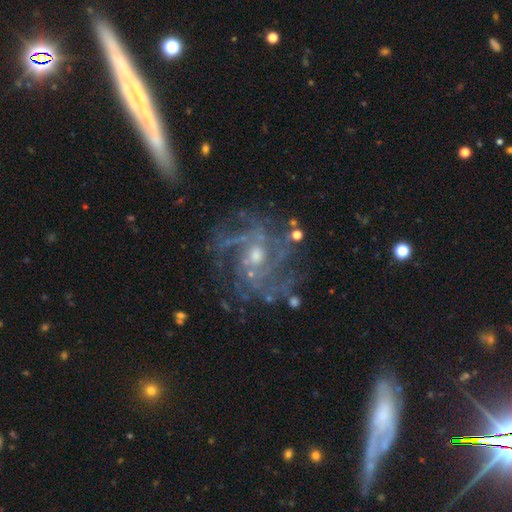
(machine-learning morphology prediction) A featured or disk galaxy (85%) with no bar (52%), tight (47%) spiral arms (96%) and a small central bulge (53%). Merging: none (72%).